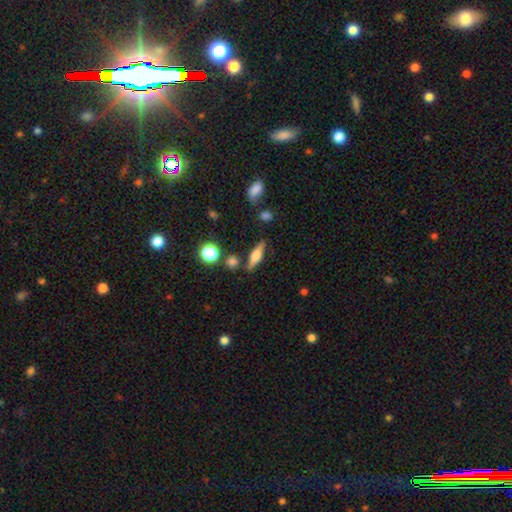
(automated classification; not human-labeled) Smooth or featured: featured or disk — 52% (smooth — 40%)
Edge-on disk: yes — 93% (no — 7%)
Merging: none — 79% (minor disturbance — 12%)